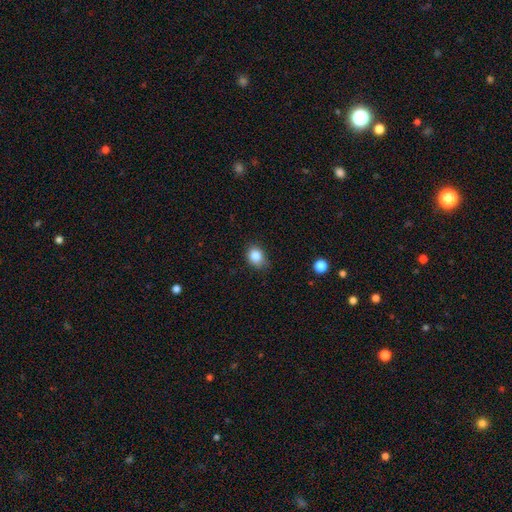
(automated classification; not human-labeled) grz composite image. It shows a smooth galaxy with no disk features (84%) that is round (51%). Merging: none (77%).